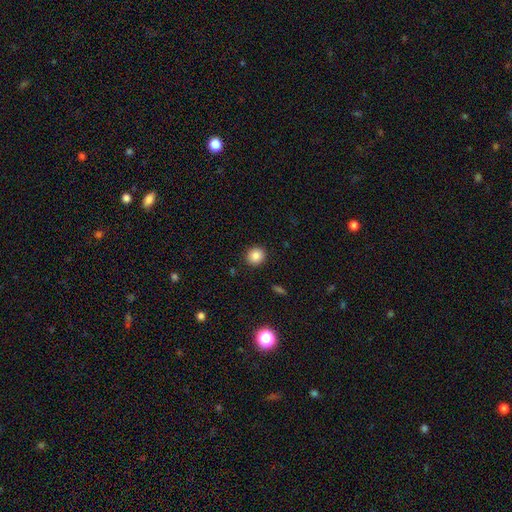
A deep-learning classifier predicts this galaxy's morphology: Q: Smooth or featured?
A: smooth (85%); runner-up: star or artifact (10%)
Q: How rounded?
A: round (87%); runner-up: in between (12%)
Q: Merging?
A: none (91%); runner-up: minor disturbance (6%)